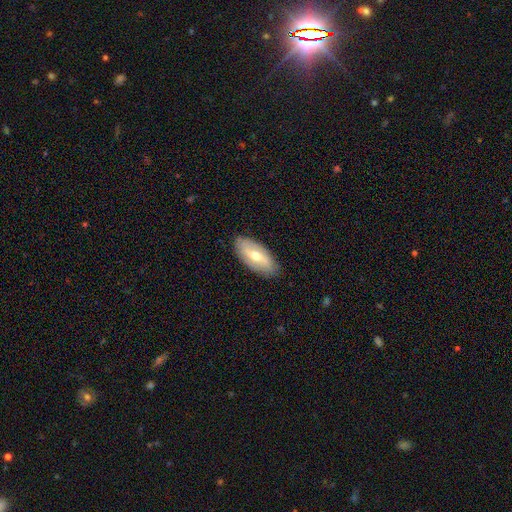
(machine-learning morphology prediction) This is possibly a featured or disk galaxy (49%). Merging: clearly none (86%).